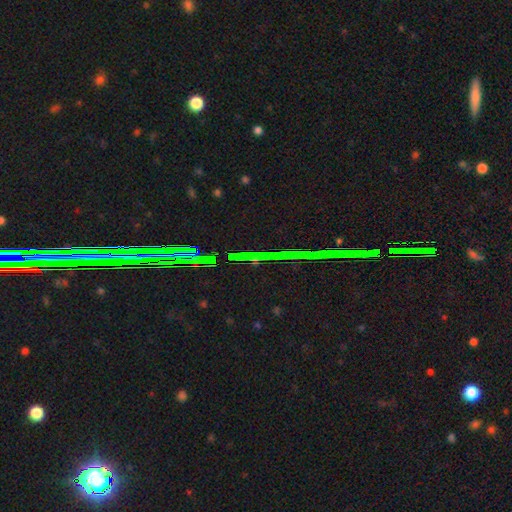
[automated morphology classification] The model was most divided on "smooth or featured": star or artifact: 82%, featured or disk: 10%, smooth: 8%.